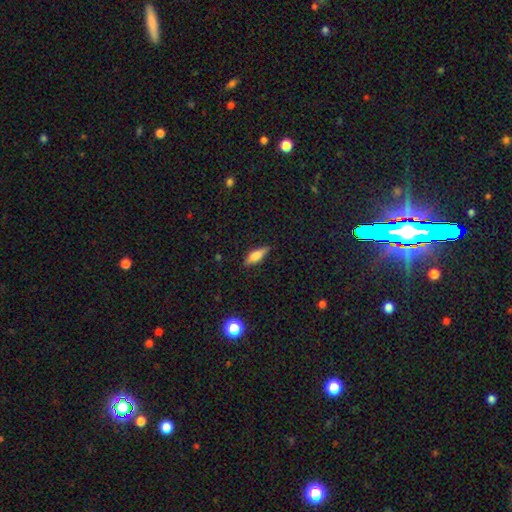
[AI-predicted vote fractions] The model was most divided on "how rounded": in between: 55%, cigar-shaped: 42%, round: 3%. More confident: merging — none (80%); smooth or featured — smooth (66%).